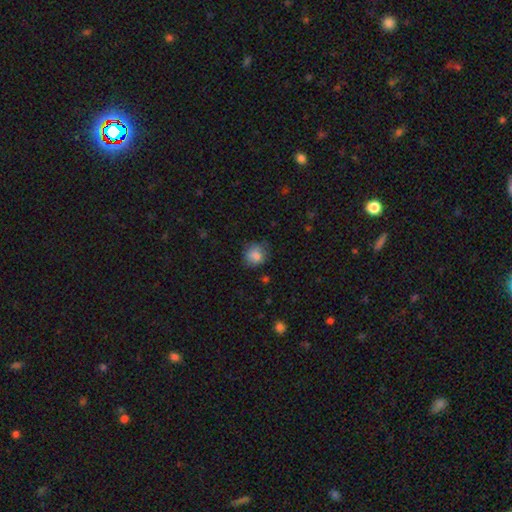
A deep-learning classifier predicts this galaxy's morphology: A smooth galaxy with no disk features (84%) that is round (79%).

Vote fractions:
- Smooth or featured? smooth: 84% / star or artifact: 10% / featured or disk: 7%
- How rounded? round: 79% / in between: 21% / cigar-shaped: 1%
- Merging? none: 73% / minor disturbance: 20% / major disturbance: 5% / merger: 2%